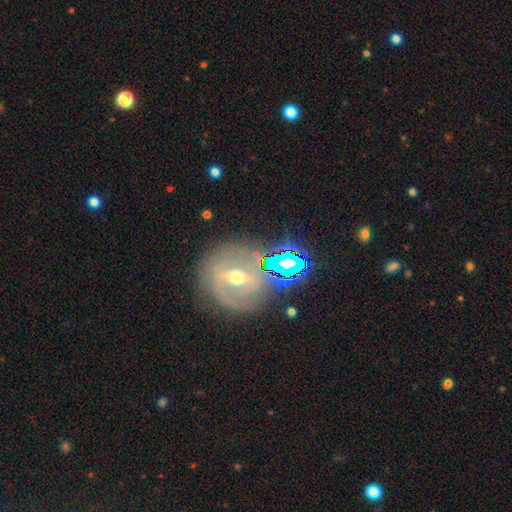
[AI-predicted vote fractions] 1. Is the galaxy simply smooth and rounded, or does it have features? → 68% featured or disk, 17% star or artifact, 15% smooth.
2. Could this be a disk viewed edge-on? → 92% no, 8% yes.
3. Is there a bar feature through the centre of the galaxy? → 51% strong, 35% weak, 14% no.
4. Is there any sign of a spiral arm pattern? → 75% yes, 25% no.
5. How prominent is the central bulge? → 57% moderate, 38% small, 3% large, 1% none, 1% dominant.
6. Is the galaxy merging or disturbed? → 73% none, 14% minor disturbance, 7% major disturbance, 6% merger.